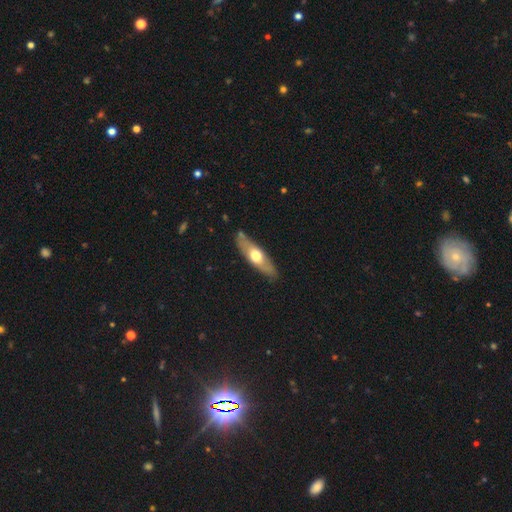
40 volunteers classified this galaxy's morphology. Smooth or featured? smooth (52%)
How rounded? cigar-shaped (52%)
Merging? none (74%)